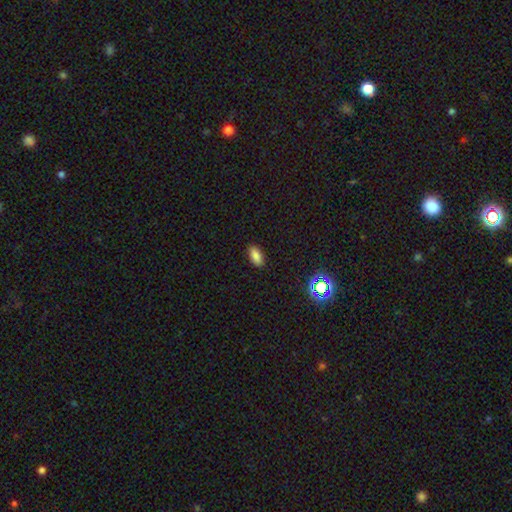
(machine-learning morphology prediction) A smooth galaxy with no disk features (83%) that is in between round and cigar-shaped (90%).

Vote fractions:
- Smooth or featured? smooth: 83% / star or artifact: 11% / featured or disk: 6%
- How rounded? in between: 90% / cigar-shaped: 6% / round: 3%
- Merging? none: 89% / minor disturbance: 8% / major disturbance: 2% / merger: 1%